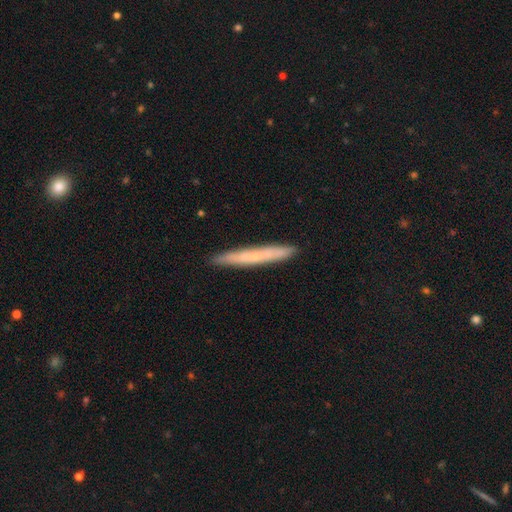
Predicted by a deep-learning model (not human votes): A smooth galaxy with no disk features (59%) that is cigar-shaped (97%). Merging: none (91%).